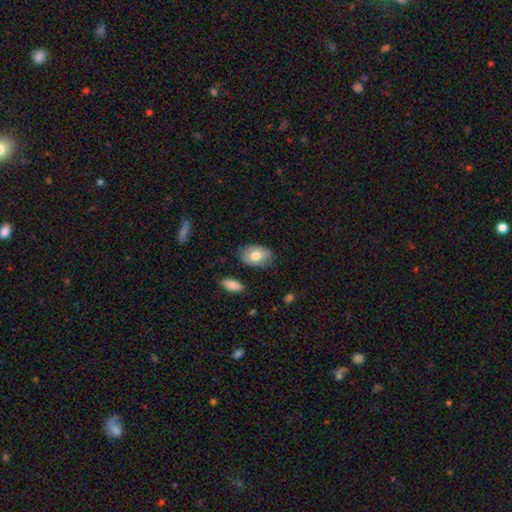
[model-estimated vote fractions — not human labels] smooth 75%, featured or disk 18%, star or artifact 7%. Down the decision tree: how rounded — in between (86%); merging — none (81%).